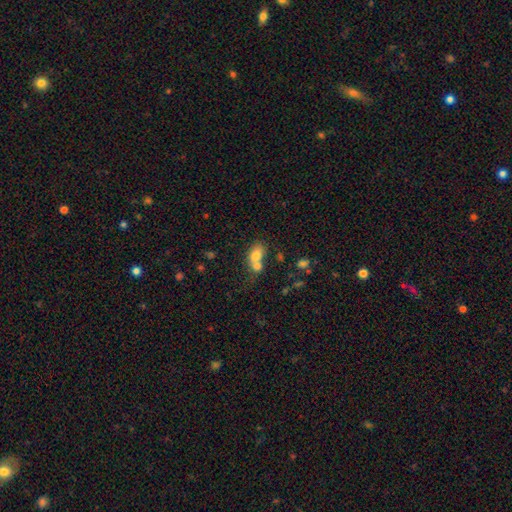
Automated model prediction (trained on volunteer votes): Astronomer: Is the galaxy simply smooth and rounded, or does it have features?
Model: smooth — 74%.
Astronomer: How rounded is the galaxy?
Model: in between — 70%.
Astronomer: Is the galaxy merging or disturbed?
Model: merger — 65%.